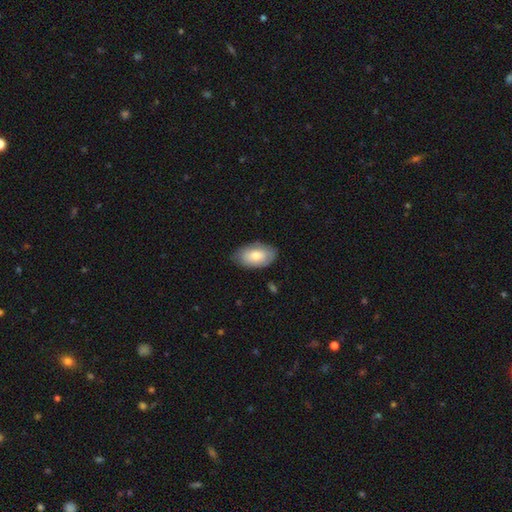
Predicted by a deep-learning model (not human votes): smooth_or_featured: smooth (p=0.71) [alt: featured or disk p=0.23]
how_rounded: in between (p=0.94) [alt: round p=0.05]
merging: none (p=0.76) [alt: minor disturbance p=0.19]